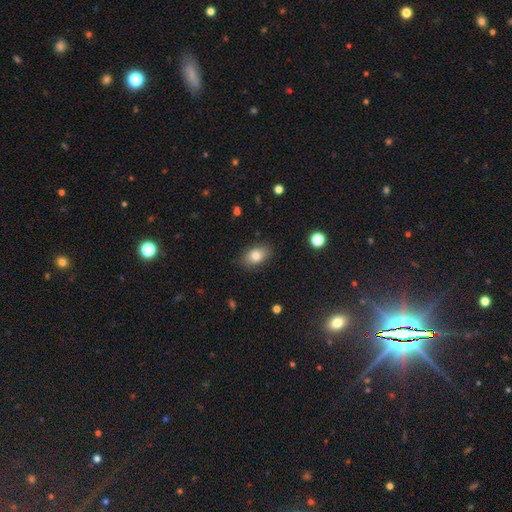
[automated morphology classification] This appears to be a smooth galaxy with no disk features (80%) that is in between round and cigar-shaped (87%). Merging: none (85%).